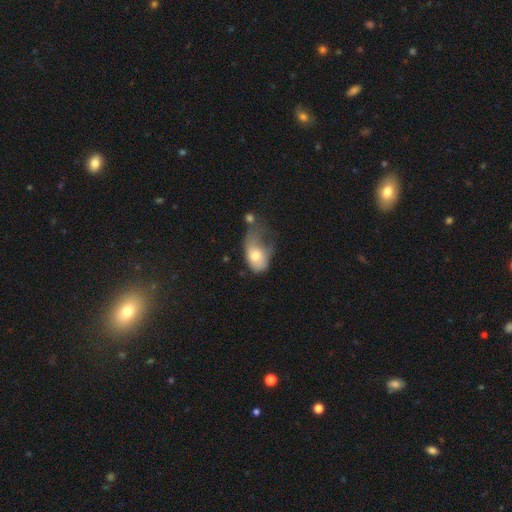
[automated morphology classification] This is likely a smooth galaxy (66%). How rounded: clearly in between (84%). Merging: possibly major disturbance (55%).